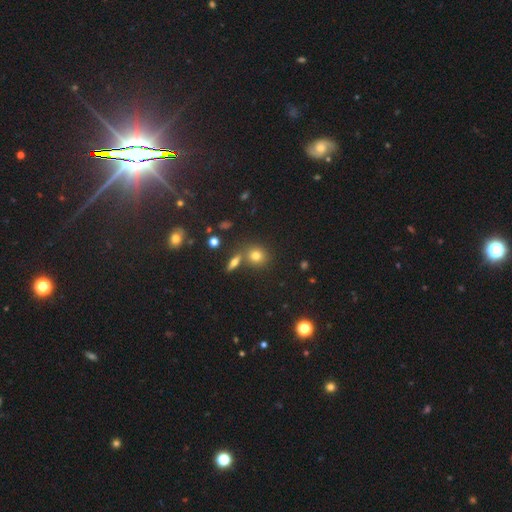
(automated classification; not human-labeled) Overall: smooth (73%). How rounded: round (78%). Merging: none (69%).